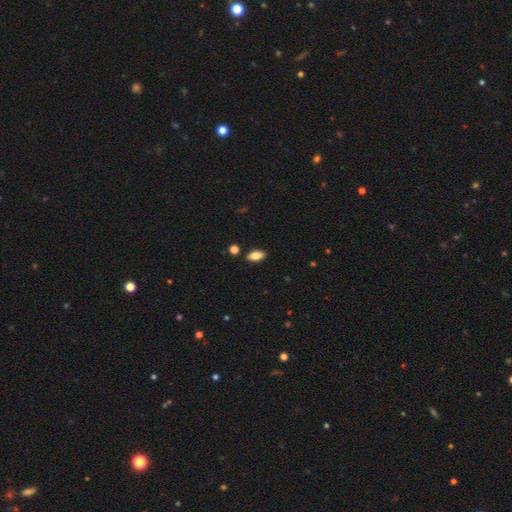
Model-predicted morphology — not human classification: smooth_or_featured: smooth (p=0.81) [alt: featured or disk p=0.11]
how_rounded: in between (p=0.90) [alt: cigar-shaped p=0.07]
merging: none (p=0.86) [alt: minor disturbance p=0.09]